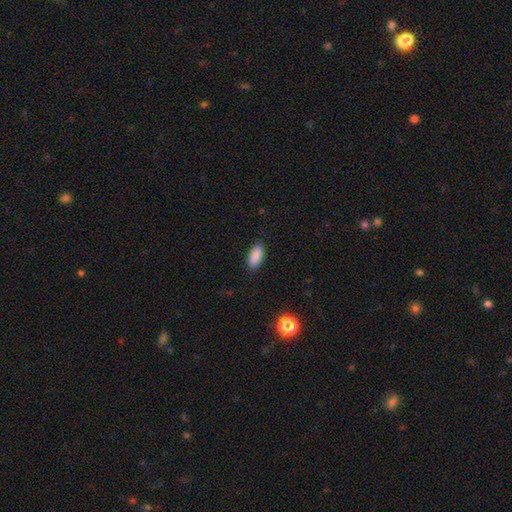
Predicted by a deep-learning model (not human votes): The model was most divided on "merging": none: 87%, minor disturbance: 10%, major disturbance: 2%, merger: 1%. More confident: smooth or featured — smooth (89%); how rounded — in between (88%).